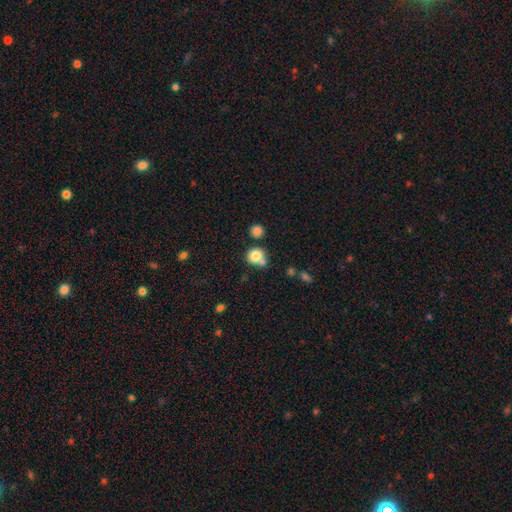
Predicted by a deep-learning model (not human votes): Q: Smooth or featured?
A: smooth (81%); runner-up: star or artifact (11%)
Q: How rounded?
A: round (85%); runner-up: in between (14%)
Q: Merging?
A: none (57%); runner-up: merger (26%)